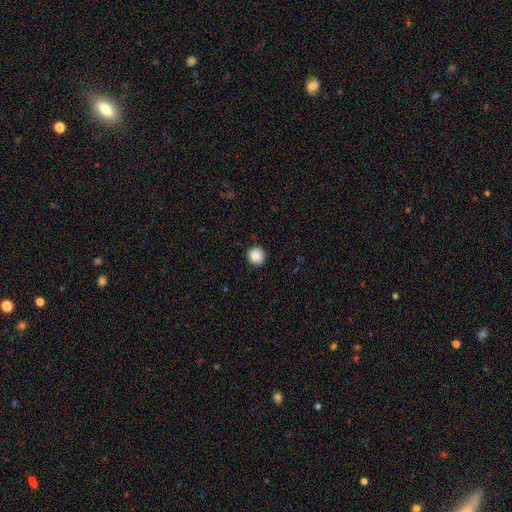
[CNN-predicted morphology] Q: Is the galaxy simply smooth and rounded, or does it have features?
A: smooth — 87%.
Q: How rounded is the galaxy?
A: round — 93%.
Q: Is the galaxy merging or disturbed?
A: none — 88%.